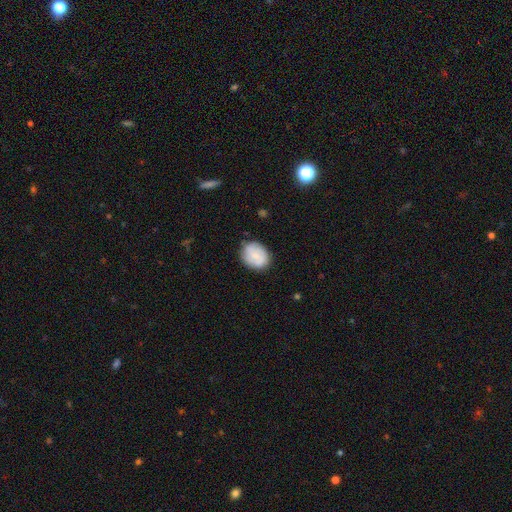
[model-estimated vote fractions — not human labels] smooth_or_featured: smooth (p=0.58) [alt: featured or disk p=0.35]
how_rounded: round (p=0.53) [alt: in between p=0.46]
merging: none (p=0.78) [alt: minor disturbance p=0.17]